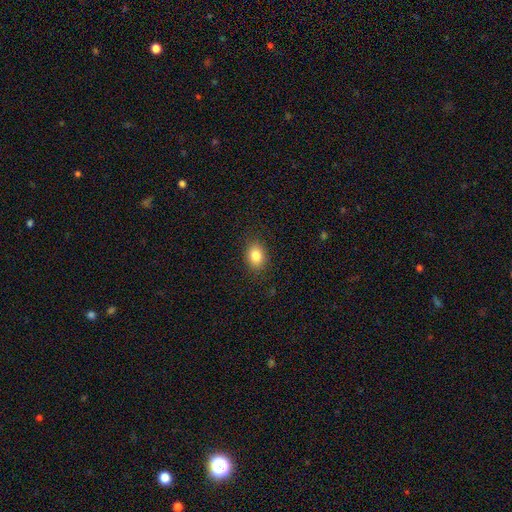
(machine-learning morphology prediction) smooth 84%, star or artifact 9%, featured or disk 6%. Down the decision tree: how rounded — in between (65%); merging — none (88%).